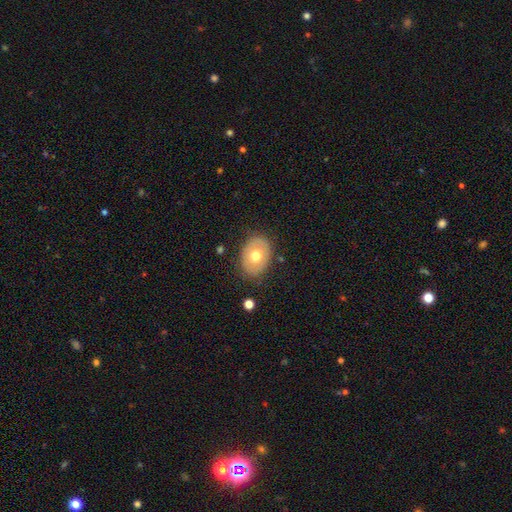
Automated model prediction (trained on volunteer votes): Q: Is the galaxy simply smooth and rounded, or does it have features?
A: smooth — 57%.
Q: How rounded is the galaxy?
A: in between — 64%.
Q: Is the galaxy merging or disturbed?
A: none — 83%.